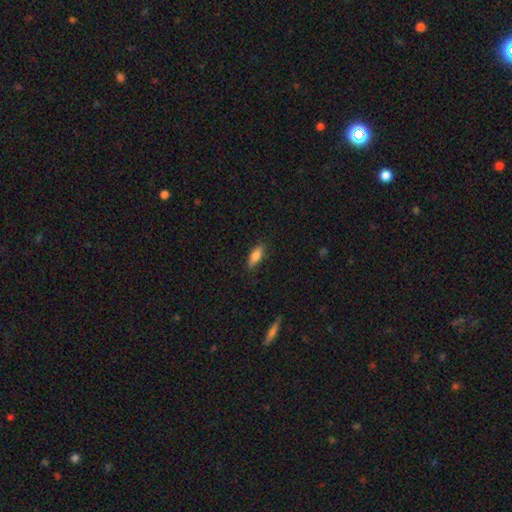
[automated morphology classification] A smooth galaxy with no disk features (80%) that is in between round and cigar-shaped (67%).

Vote fractions:
- Smooth or featured? smooth: 80% / featured or disk: 13% / star or artifact: 7%
- How rounded? in between: 67% / cigar-shaped: 31% / round: 2%
- Merging? none: 86% / minor disturbance: 11% / major disturbance: 2% / merger: 1%